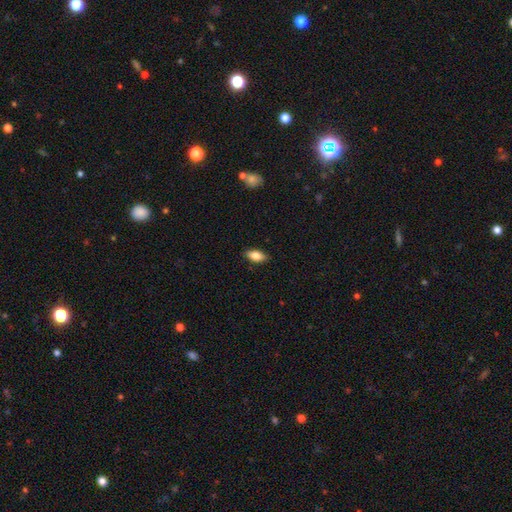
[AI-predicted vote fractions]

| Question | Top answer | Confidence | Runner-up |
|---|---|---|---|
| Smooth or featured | smooth | 81% | featured or disk (12%) |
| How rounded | in between | 87% | cigar-shaped (9%) |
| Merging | none | 87% | minor disturbance (10%) |